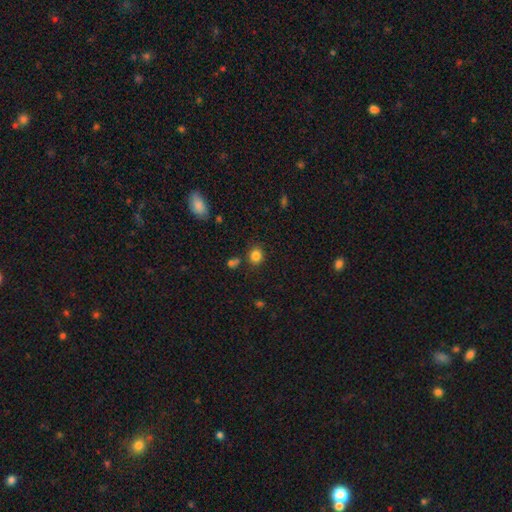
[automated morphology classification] Smooth or featured: smooth — 83% (star or artifact — 12%)
How rounded: round — 74% (in between — 25%)
Merging: none — 81% (minor disturbance — 11%)